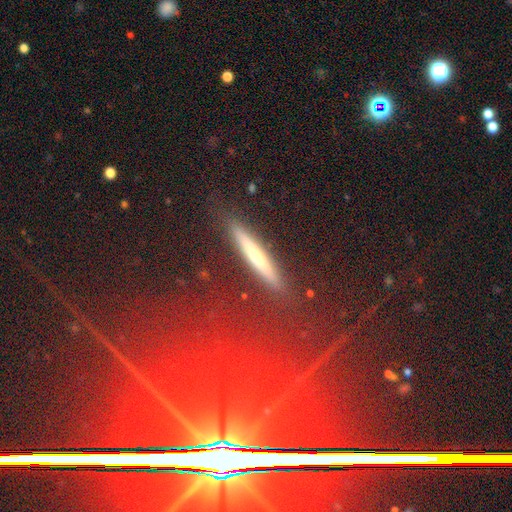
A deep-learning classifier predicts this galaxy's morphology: Q: Smooth or featured?
A: smooth (46%); runner-up: featured or disk (43%)
Q: Merging?
A: none (88%); runner-up: minor disturbance (8%)